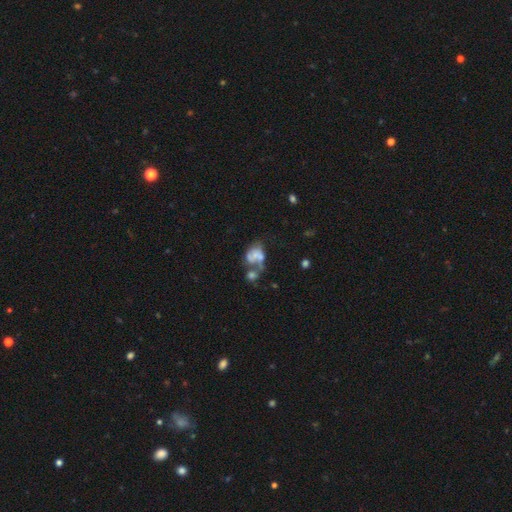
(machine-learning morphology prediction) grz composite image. It shows a featured or disk galaxy (46%). Merging: merger (49%).